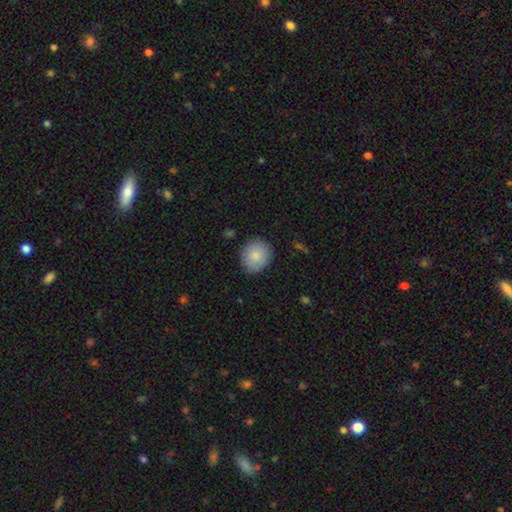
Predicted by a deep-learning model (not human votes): This appears to be a smooth galaxy with no disk features (85%) that is round (76%). Merging: none (85%).